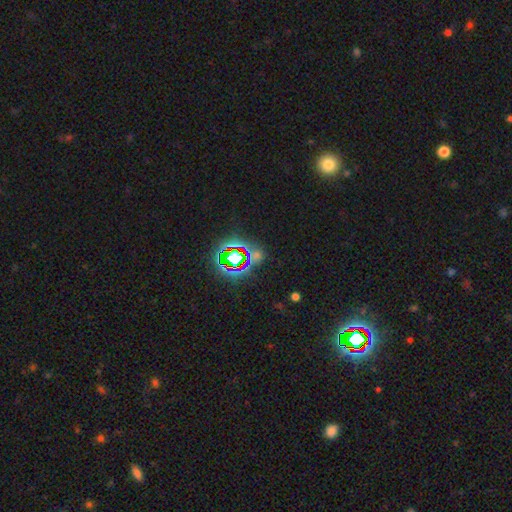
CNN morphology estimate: Smooth or featured: star or artifact — 69% (smooth — 21%)